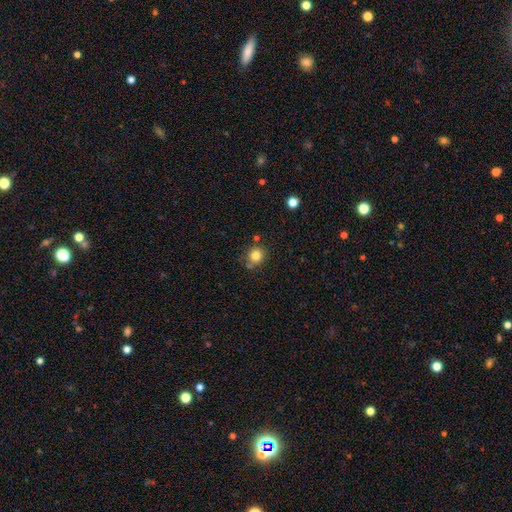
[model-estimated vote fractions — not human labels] The model was most divided on "merging": none: 72%, minor disturbance: 15%, merger: 9%, major disturbance: 4%. More confident: how rounded — round (84%); smooth or featured — smooth (81%).